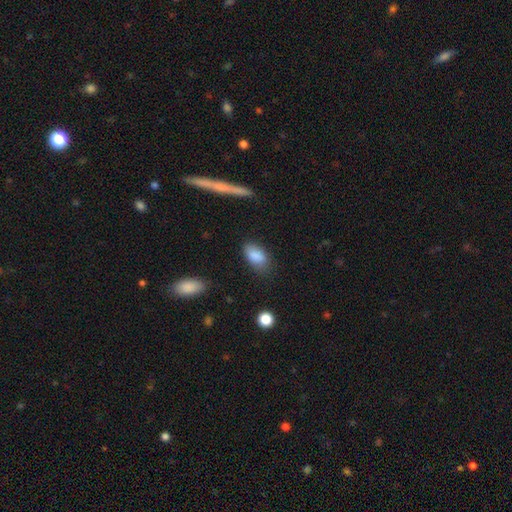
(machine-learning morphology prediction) Smooth or featured? smooth (86%)
How rounded? in between (91%)
Merging? none (73%)